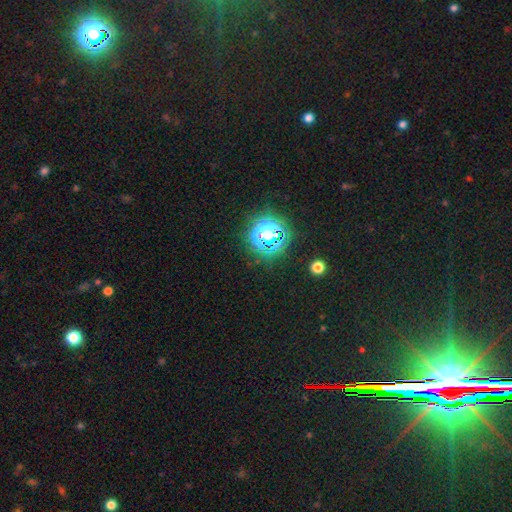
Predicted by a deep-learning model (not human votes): Smooth or featured?
  - star or artifact: 79% *
  - smooth: 13%
  - featured or disk: 8%